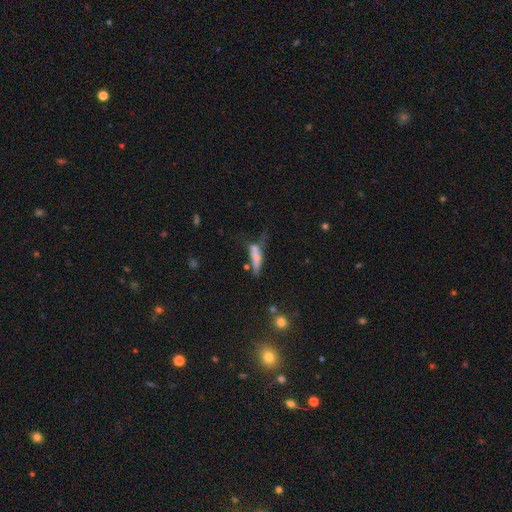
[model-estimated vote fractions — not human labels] Smooth or featured?
  - smooth: 59% *
  - featured or disk: 31%
  - star or artifact: 10%
How rounded?
  - cigar-shaped: 74% *
  - in between: 24%
  - round: 3%
Merging?
  - none: 34% *
  - minor disturbance: 26%
  - major disturbance: 25%
  - merger: 15%